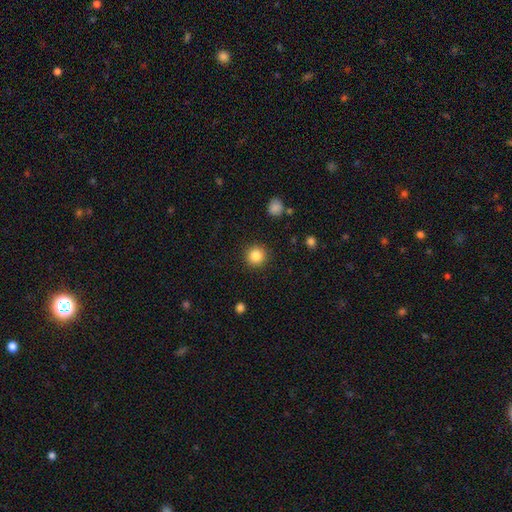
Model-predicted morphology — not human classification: type=smooth (85%); roundness=round (95%); merging=none (91%).